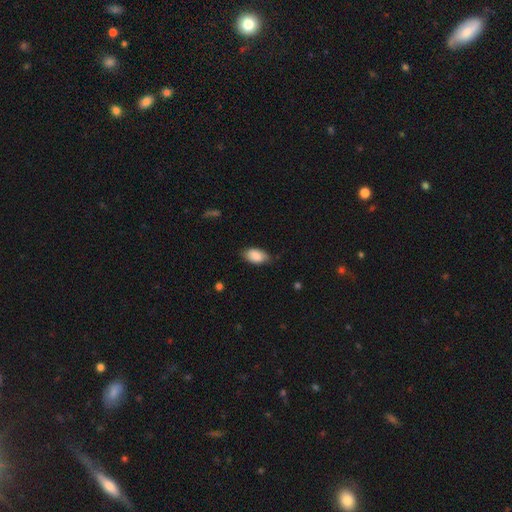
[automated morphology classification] smooth_or_featured: smooth (p=0.87) [alt: featured or disk p=0.07]
how_rounded: in between (p=0.92) [alt: round p=0.05]
merging: none (p=0.72) [alt: minor disturbance p=0.23]